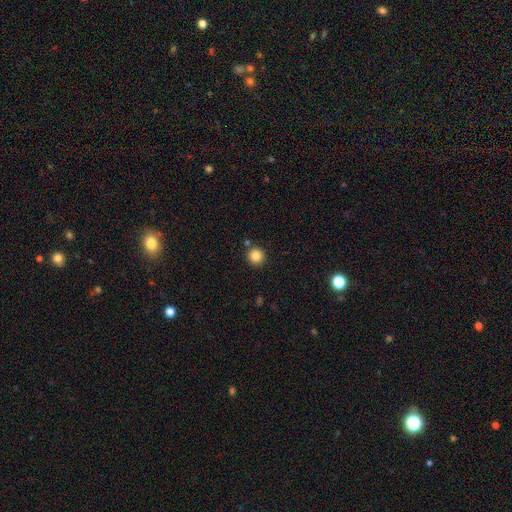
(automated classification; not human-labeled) smooth-or-featured: smooth: 86% | star or artifact: 10% | featured or disk: 4%
  how-rounded: round: 95% | in between: 4% | cigar-shaped: 1%
  merging: none: 87% | minor disturbance: 6% | merger: 5% | major disturbance: 2%